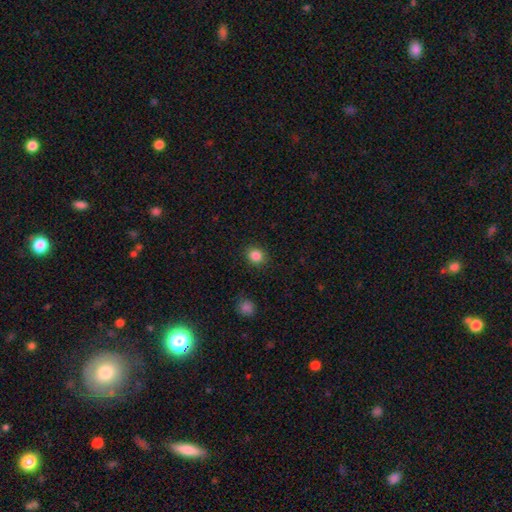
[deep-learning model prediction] This is clearly a smooth galaxy (85%). How rounded: likely round (74%). Merging: clearly none (89%).